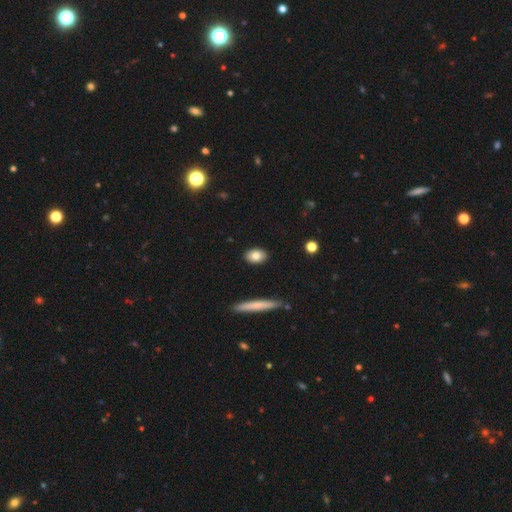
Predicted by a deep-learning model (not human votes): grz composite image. It shows a smooth galaxy with no disk features (81%) that is in between round and cigar-shaped (81%). Merging: none (89%).